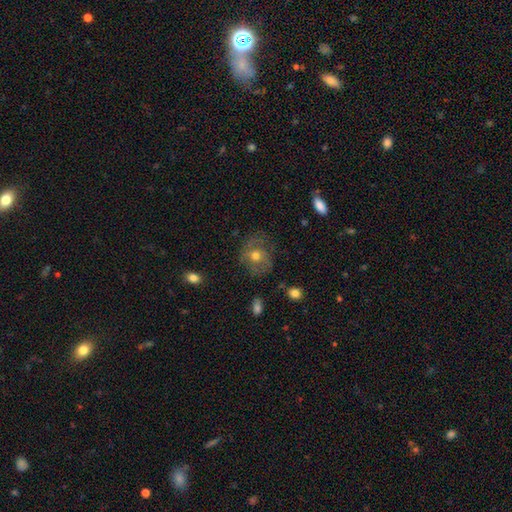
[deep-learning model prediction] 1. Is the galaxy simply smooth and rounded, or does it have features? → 47% featured or disk, 41% smooth, 12% star or artifact.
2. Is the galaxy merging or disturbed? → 65% none, 20% minor disturbance, 13% major disturbance, 2% merger.